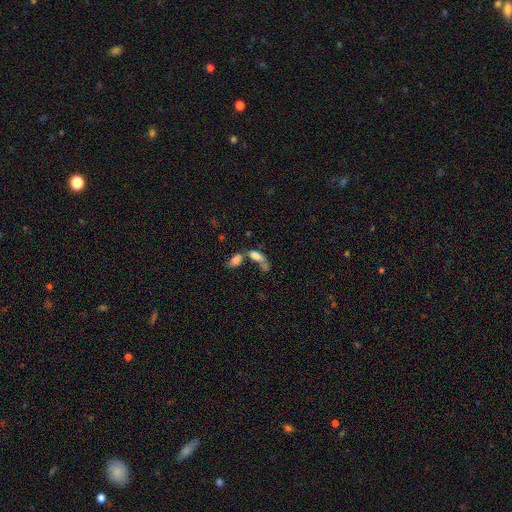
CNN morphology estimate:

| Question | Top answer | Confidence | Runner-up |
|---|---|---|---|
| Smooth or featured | smooth | 71% | featured or disk (18%) |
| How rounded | in between | 80% | cigar-shaped (14%) |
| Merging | merger | 57% | none (20%) |